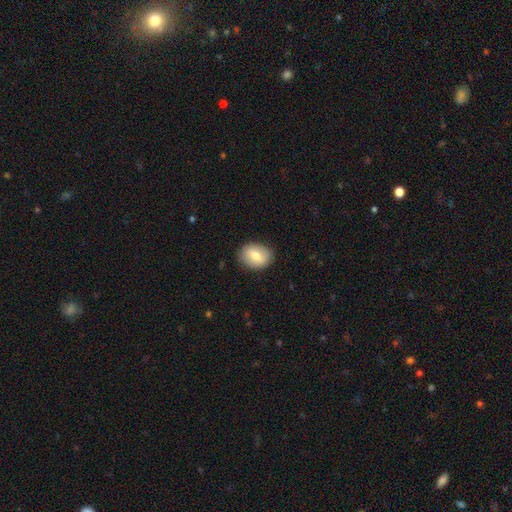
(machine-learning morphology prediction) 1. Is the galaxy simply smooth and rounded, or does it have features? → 73% smooth, 21% featured or disk, 7% star or artifact.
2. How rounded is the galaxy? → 61% in between, 38% round, 1% cigar-shaped.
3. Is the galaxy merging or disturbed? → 86% none, 11% minor disturbance, 3% major disturbance, 1% merger.